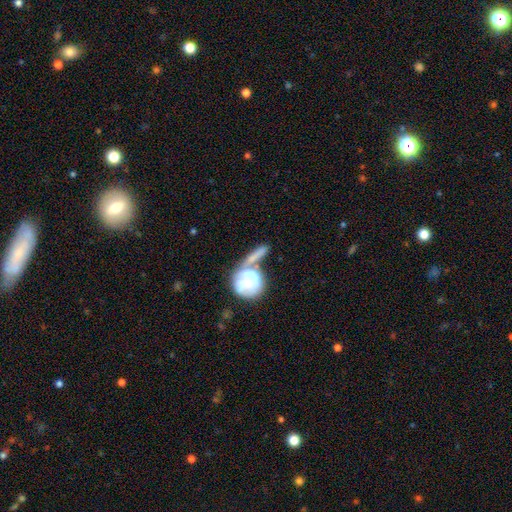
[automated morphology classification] Smooth or featured? smooth (50%)
How rounded? round (42%)
Merging? merger (44%)